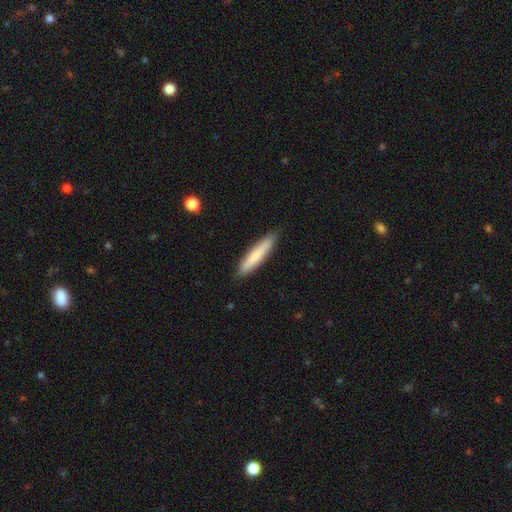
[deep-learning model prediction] Smooth or featured? Predicted: smooth (p=0.73). How rounded? Predicted: cigar-shaped (p=0.90). Merging? Predicted: none (p=0.89).